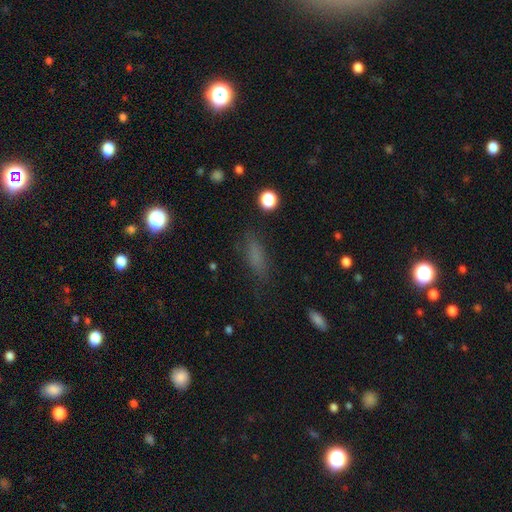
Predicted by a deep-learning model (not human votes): Smooth or featured? smooth (71%)
How rounded? in between (55%)
Merging? none (75%)